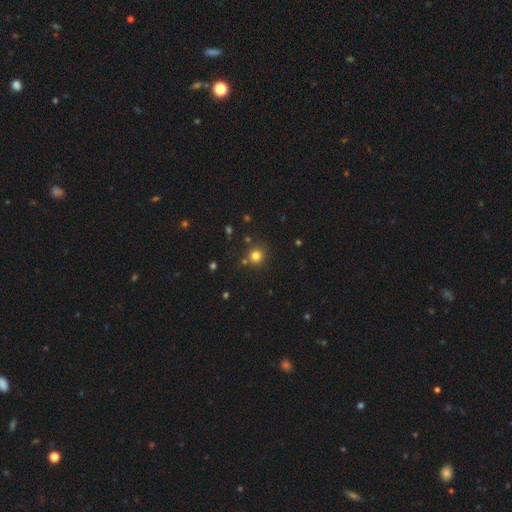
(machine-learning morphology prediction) The model was most divided on "smooth or featured": smooth: 78%, star or artifact: 16%, featured or disk: 6%. More confident: how rounded — round (92%); merging — none (82%).